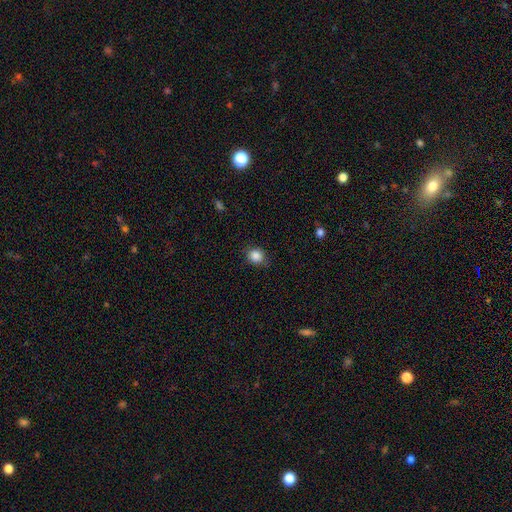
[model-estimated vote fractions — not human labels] smooth-or-featured: smooth: 86% | star or artifact: 10% | featured or disk: 4%
  how-rounded: round: 78% | in between: 21% | cigar-shaped: 1%
  merging: none: 85% | minor disturbance: 11% | major disturbance: 3% | merger: 1%